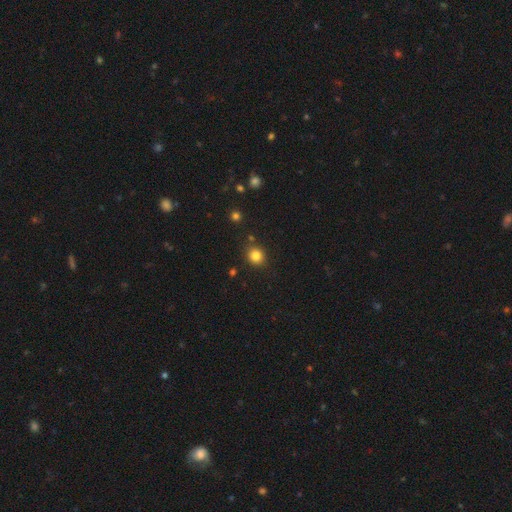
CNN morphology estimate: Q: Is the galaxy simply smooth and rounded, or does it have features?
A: smooth — 83%.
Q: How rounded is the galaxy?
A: round — 80%.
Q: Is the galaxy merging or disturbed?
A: none — 84%.